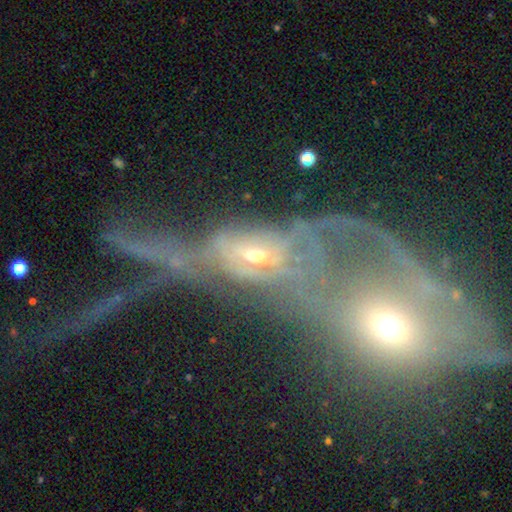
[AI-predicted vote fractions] Morphology: type=featured or disk (65%); edge-on=no (82%); bar=no (58%); spiral arms=no (50%, tied with yes); bulge=moderate (52%); merging=merger (52%).